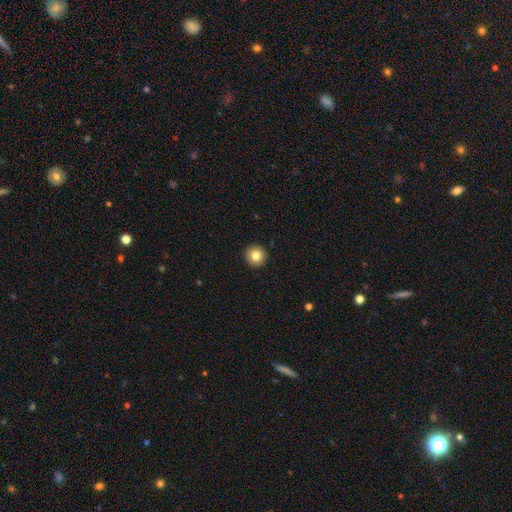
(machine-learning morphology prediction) Smooth or featured? smooth (83%)
How rounded? round (97%)
Merging? none (94%)